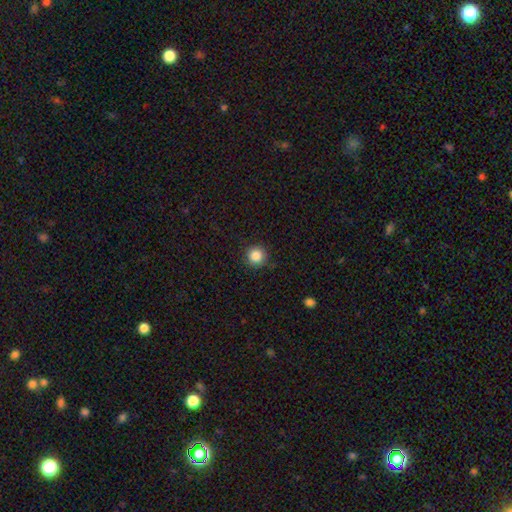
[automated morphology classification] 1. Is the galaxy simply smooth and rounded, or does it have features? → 86% smooth, 10% star or artifact, 4% featured or disk.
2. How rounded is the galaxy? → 95% round, 4% in between, 1% cigar-shaped.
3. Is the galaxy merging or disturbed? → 89% none, 8% minor disturbance, 2% major disturbance, 1% merger.